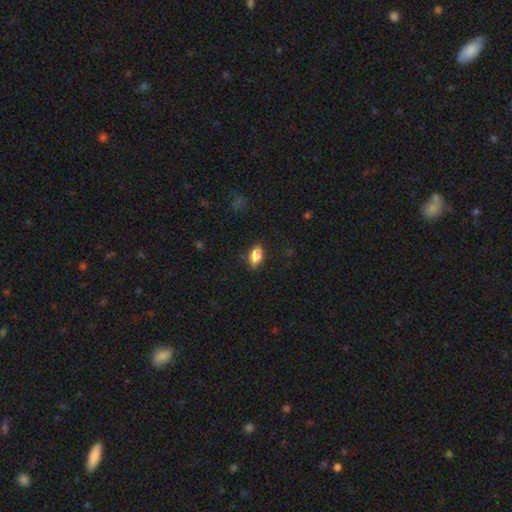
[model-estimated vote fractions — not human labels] A smooth galaxy with no disk features (85%) that is in between round and cigar-shaped (89%). Merging: none (79%).